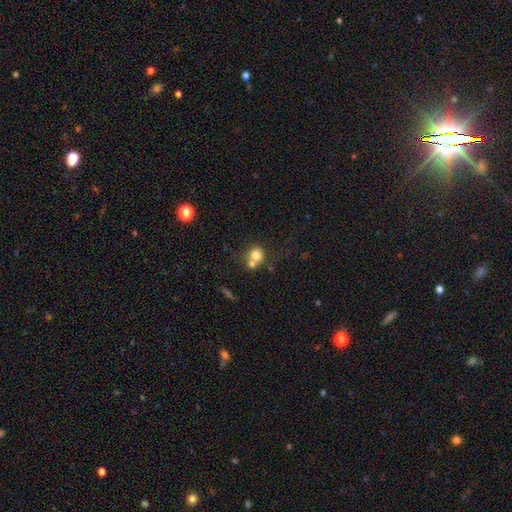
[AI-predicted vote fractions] This is likely a smooth galaxy (76%). How rounded: clearly round (85%). Merging: marginally merger (44%).